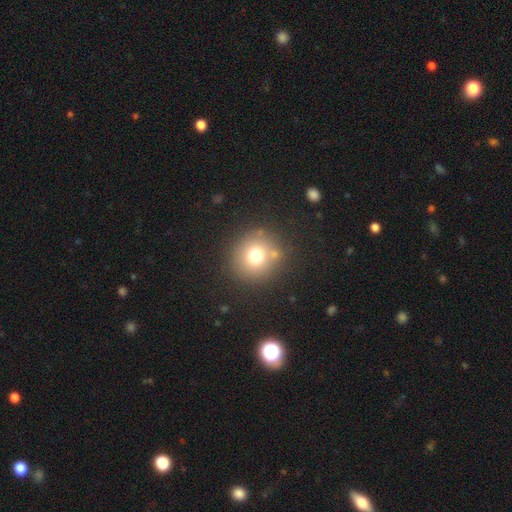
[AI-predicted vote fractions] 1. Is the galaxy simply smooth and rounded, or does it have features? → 73% smooth, 15% star or artifact, 13% featured or disk.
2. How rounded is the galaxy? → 90% round, 10% in between, 1% cigar-shaped.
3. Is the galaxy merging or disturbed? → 79% none, 9% minor disturbance, 7% merger, 4% major disturbance.